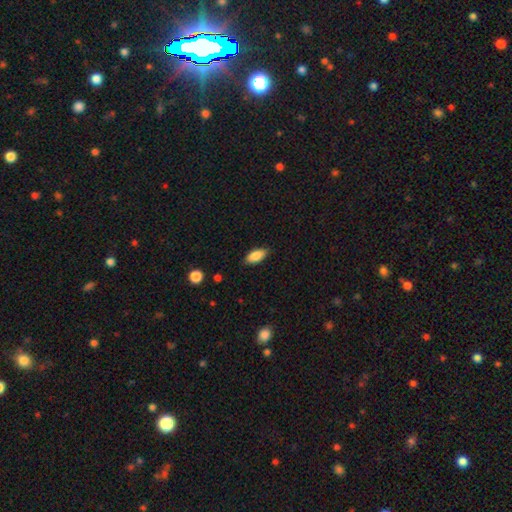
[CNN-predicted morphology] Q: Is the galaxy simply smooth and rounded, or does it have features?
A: smooth — 86%.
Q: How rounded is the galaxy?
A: in between — 89%.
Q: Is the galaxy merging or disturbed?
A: none — 84%.